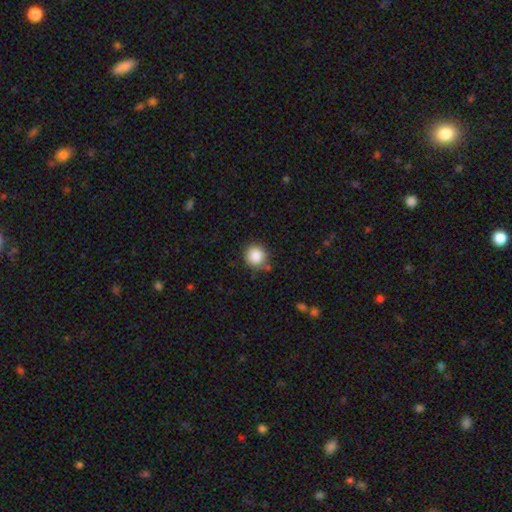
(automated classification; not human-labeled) smooth 86%, star or artifact 9%, featured or disk 4%. Down the decision tree: how rounded — round (89%); merging — none (80%).